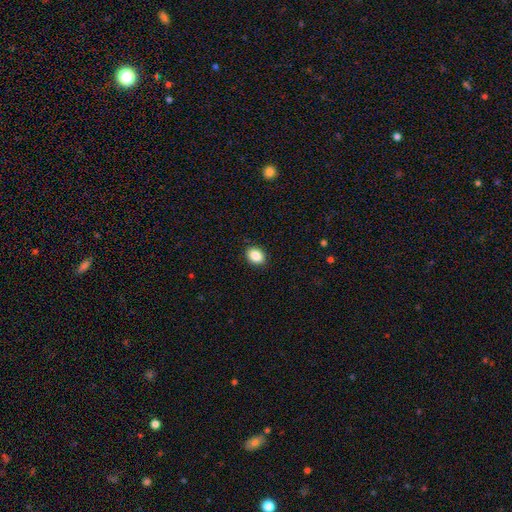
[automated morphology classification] Q: Smooth or featured?
A: smooth (88%); runner-up: star or artifact (8%)
Q: How rounded?
A: in between (64%); runner-up: round (35%)
Q: Merging?
A: none (90%); runner-up: minor disturbance (7%)